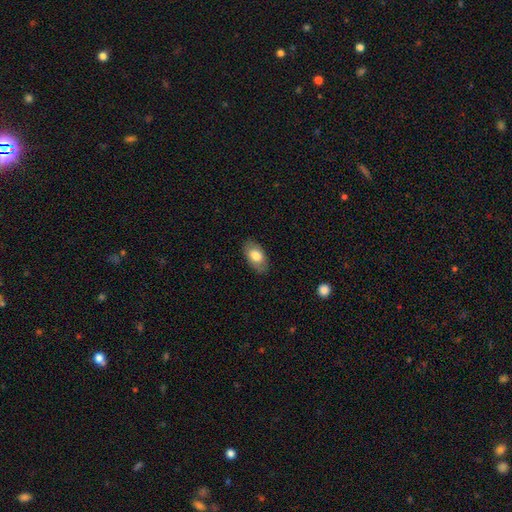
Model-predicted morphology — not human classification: A smooth galaxy with no disk features (77%) that is in between round and cigar-shaped (93%). Merging: none (85%).